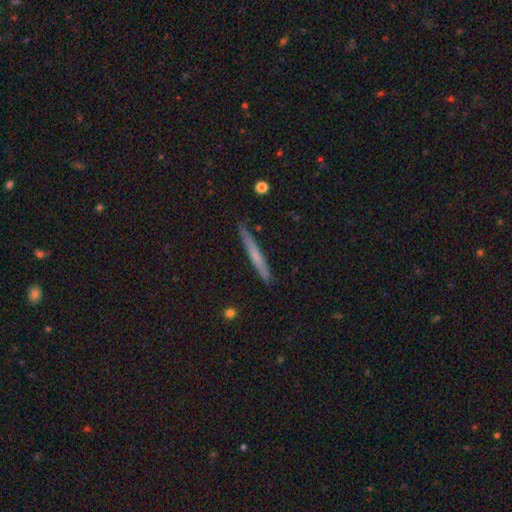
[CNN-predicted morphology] This is possibly a smooth galaxy (55%). How rounded: clearly cigar-shaped (96%). Merging: clearly none (88%).